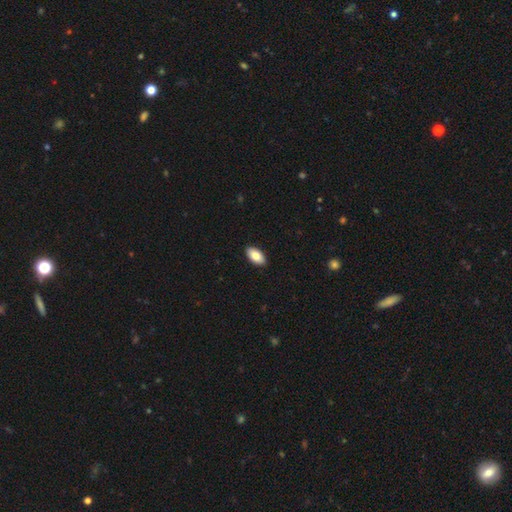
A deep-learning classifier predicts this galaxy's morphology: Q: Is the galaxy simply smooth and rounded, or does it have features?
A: smooth — 83%.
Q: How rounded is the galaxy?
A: in between — 94%.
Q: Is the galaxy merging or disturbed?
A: none — 90%.